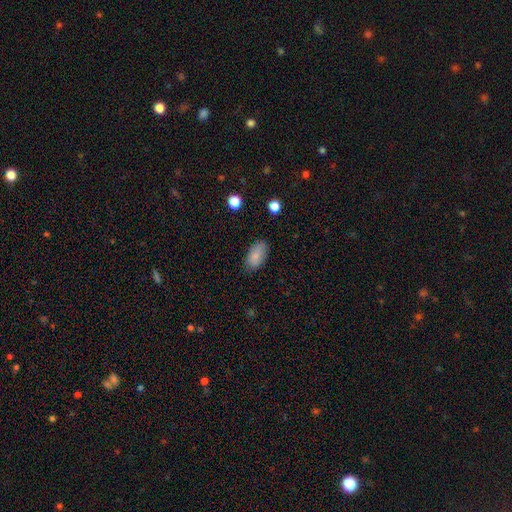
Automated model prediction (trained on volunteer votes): Smooth or featured: smooth — 84% (featured or disk — 8%)
How rounded: in between — 93% (round — 4%)
Merging: none — 79% (minor disturbance — 16%)